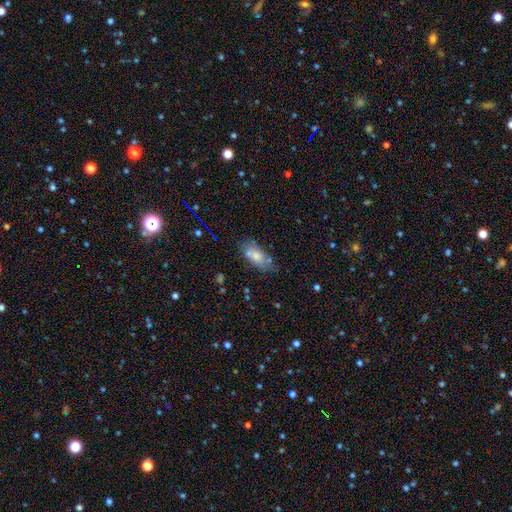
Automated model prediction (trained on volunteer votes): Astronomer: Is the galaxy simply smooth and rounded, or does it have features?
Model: smooth — 70%.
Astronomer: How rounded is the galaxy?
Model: in between — 84%.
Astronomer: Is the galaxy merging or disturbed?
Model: none — 57%.